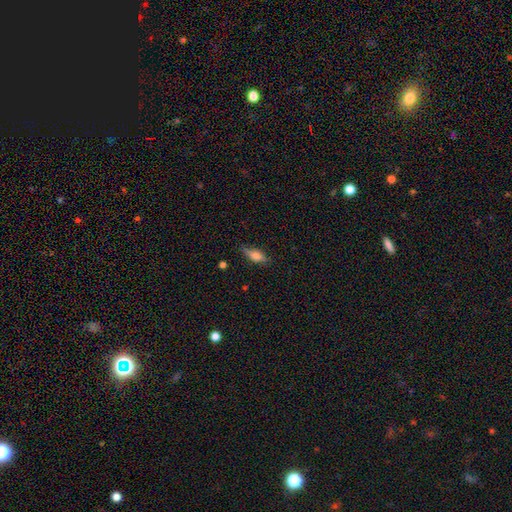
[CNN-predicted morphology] A smooth galaxy with no disk features (71%) that is in between round and cigar-shaped (67%).

Vote fractions:
- Smooth or featured? smooth: 71% / featured or disk: 21% / star or artifact: 8%
- How rounded? in between: 67% / cigar-shaped: 29% / round: 3%
- Merging? none: 68% / minor disturbance: 25% / major disturbance: 5% / merger: 2%